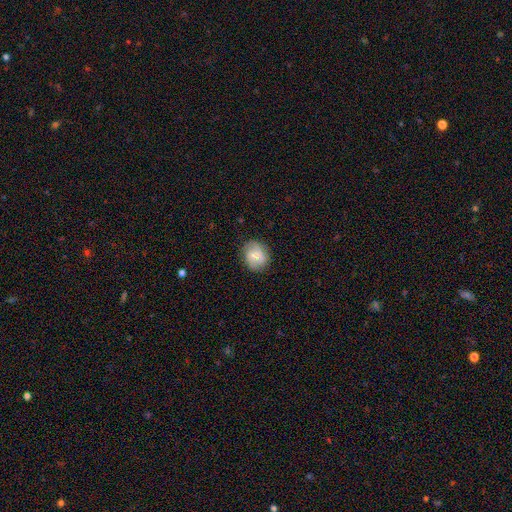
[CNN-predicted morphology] type=smooth (53%); roundness=round (67%); merging=none (80%).